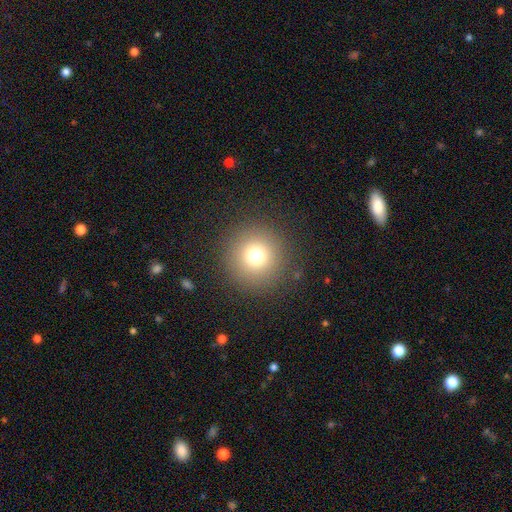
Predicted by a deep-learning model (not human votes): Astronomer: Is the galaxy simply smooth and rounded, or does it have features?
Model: smooth — 74%.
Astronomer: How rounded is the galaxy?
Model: round — 96%.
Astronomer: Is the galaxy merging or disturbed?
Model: none — 90%.